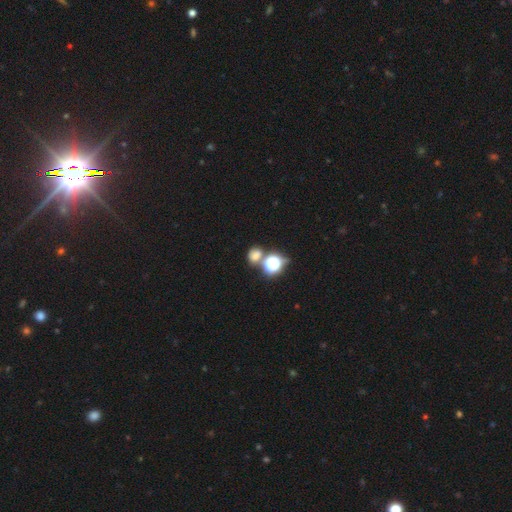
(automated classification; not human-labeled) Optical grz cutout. It shows a smooth galaxy with no disk features (62%) that is round (60%). Merging: none (57%).